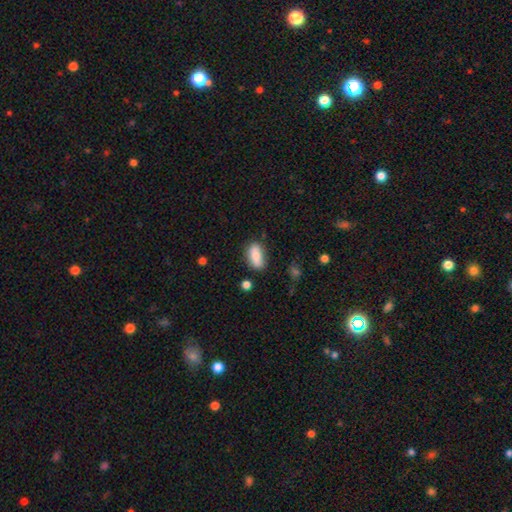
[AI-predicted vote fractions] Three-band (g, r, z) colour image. It shows a smooth galaxy with no disk features (78%) that is in between round and cigar-shaped (84%). Merging: none (73%).